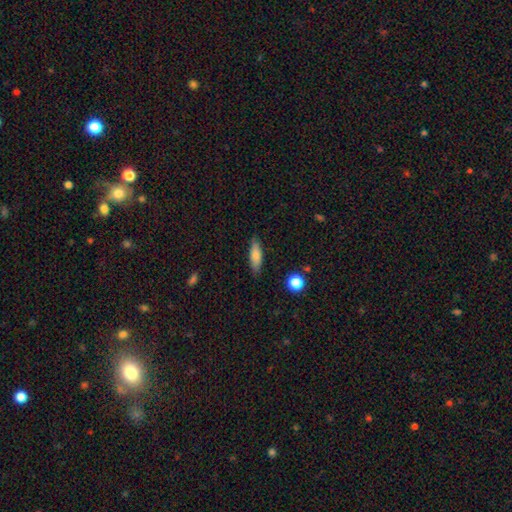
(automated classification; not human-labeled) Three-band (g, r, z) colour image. It shows a smooth galaxy with no disk features (78%) that is cigar-shaped (51%). Merging: none (84%).